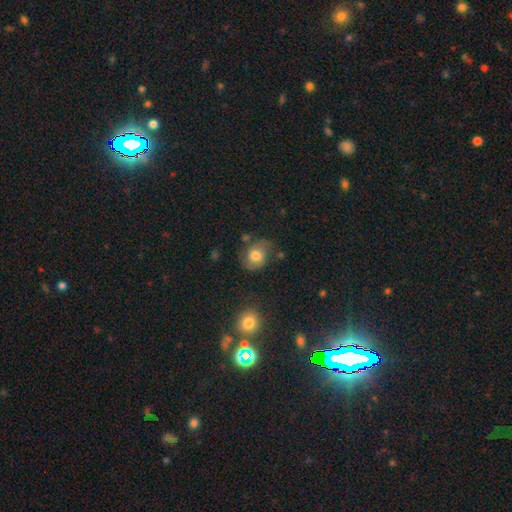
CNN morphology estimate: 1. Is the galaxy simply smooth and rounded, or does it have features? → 64% smooth, 26% featured or disk, 10% star or artifact.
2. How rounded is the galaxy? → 58% round, 41% in between, 1% cigar-shaped.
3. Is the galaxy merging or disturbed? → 58% none, 25% minor disturbance, 12% major disturbance, 4% merger.